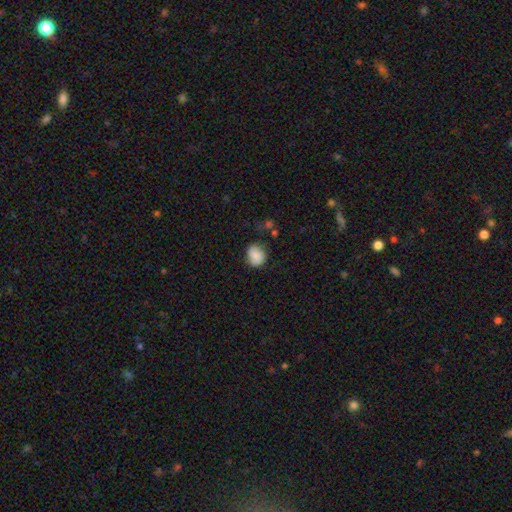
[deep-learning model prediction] Smooth or featured? Predicted: smooth (p=0.80). How rounded? Predicted: round (p=0.66). Merging? Predicted: none (p=0.71).